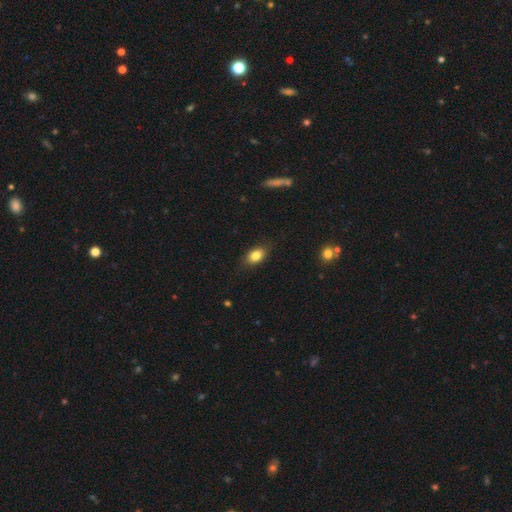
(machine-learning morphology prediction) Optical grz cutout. It shows a smooth galaxy with no disk features (82%) that is in between round and cigar-shaped (80%). Merging: none (82%).